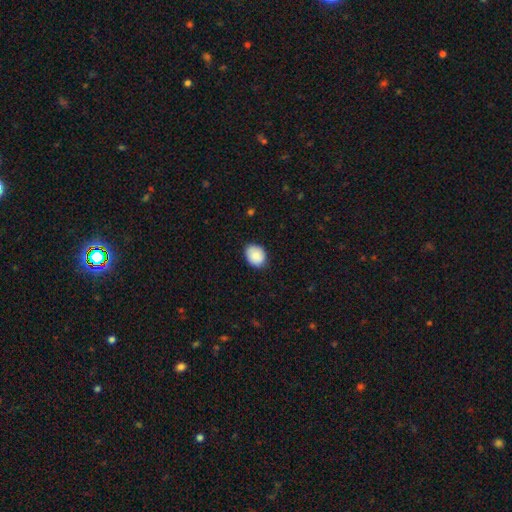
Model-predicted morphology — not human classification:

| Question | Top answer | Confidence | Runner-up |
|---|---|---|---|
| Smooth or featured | smooth | 87% | star or artifact (7%) |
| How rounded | in between | 52% | round (47%) |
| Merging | none | 83% | minor disturbance (14%) |